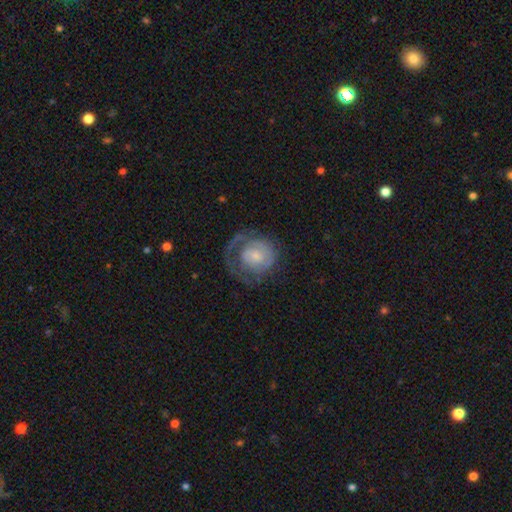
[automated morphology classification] The model was most divided on "spiral arm count": 1: 40%, can't tell: 26%, 2: 25%, 3: 5%, 4: 2%, more than 4: 2%. More confident: edge-on disk — no (98%); spiral arms — yes (80%); bar — no (70%); smooth or featured — featured or disk (67%); spiral winding — tight (55%); bulge size — small (54%); merging — none (51%).